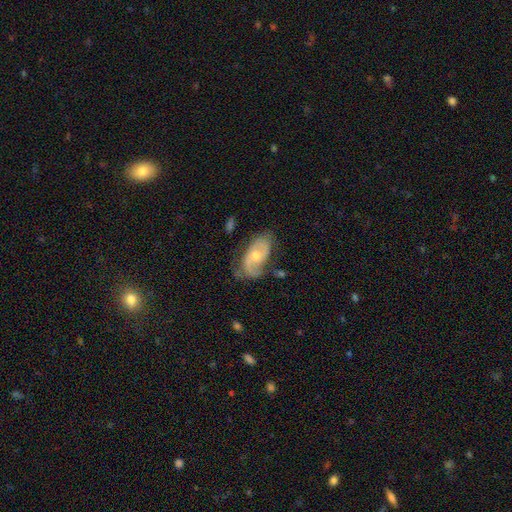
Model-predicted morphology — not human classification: type=featured or disk (74%); edge-on=no (95%); bar=no (62%); spiral arms=yes (90%); winding=medium (44%); arm count=2 (73%); bulge=moderate (51%); merging=none (56%).